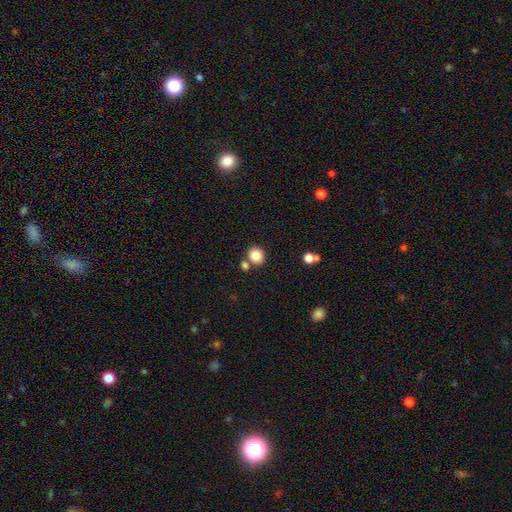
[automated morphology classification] Smooth or featured?
  - smooth: 85% *
  - star or artifact: 10%
  - featured or disk: 5%
How rounded?
  - round: 81% *
  - in between: 18%
  - cigar-shaped: 1%
Merging?
  - none: 72% *
  - merger: 17%
  - minor disturbance: 8%
  - major disturbance: 3%